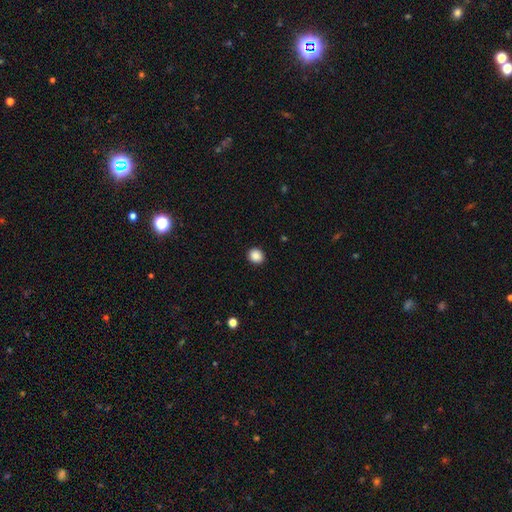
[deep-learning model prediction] Smooth or featured? Predicted: smooth (p=0.88). How rounded? Predicted: round (p=0.84). Merging? Predicted: none (p=0.92).